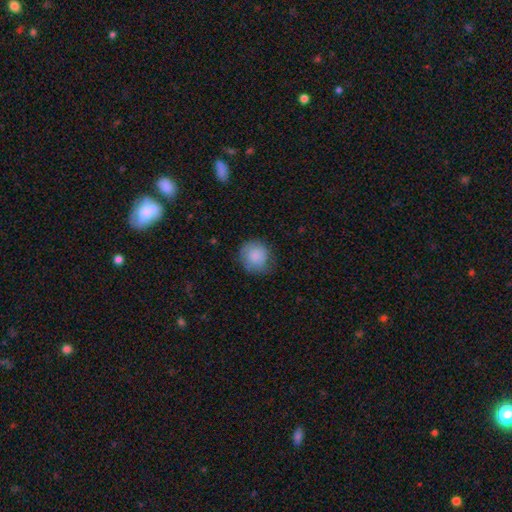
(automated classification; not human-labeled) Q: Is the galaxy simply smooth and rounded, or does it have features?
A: smooth — 84%.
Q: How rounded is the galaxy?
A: round — 89%.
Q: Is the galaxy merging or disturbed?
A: none — 68%.